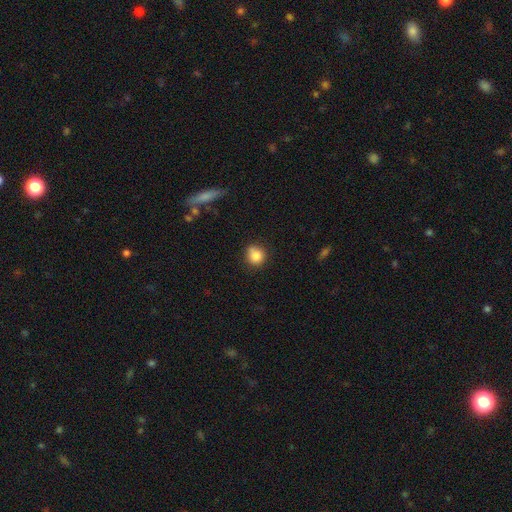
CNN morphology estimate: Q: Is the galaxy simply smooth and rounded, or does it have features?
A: smooth — 84%.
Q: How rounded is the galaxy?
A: round — 83%.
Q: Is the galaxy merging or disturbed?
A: none — 70%.